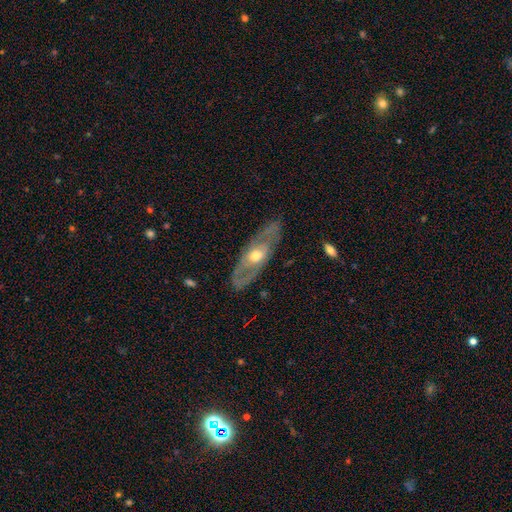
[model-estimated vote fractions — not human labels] This is likely a featured or disk galaxy (70%). It is likely not viewed edge-on (72%). Bar: likely no (77%). Spiral arm pattern: possibly no (60%). Central bulge: likely moderate (70%). Merging: clearly none (82%).